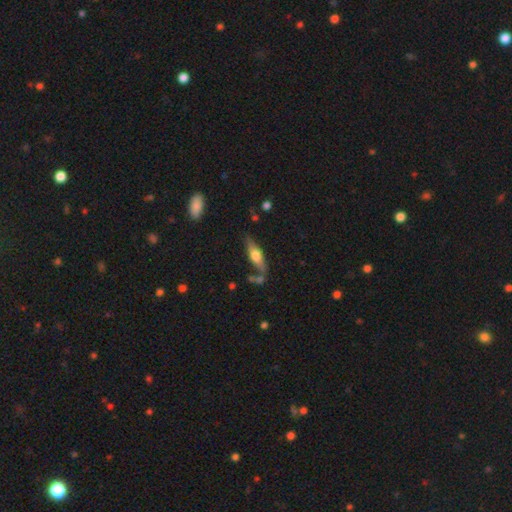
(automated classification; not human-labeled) Smooth or featured? Predicted: featured or disk (p=0.53). Edge-on disk? Predicted: yes (p=0.90). Merging? Predicted: none (p=0.70).